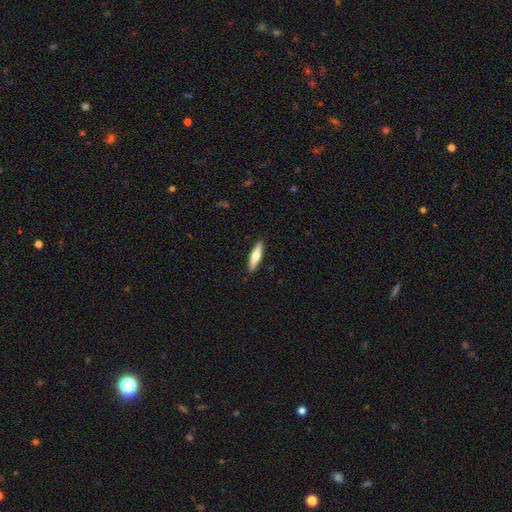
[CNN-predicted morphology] Smooth or featured?
  - smooth: 60% *
  - featured or disk: 35%
  - star or artifact: 5%
How rounded?
  - cigar-shaped: 78% *
  - in between: 20%
  - round: 2%
Merging?
  - none: 91% *
  - minor disturbance: 6%
  - major disturbance: 1%
  - merger: 1%